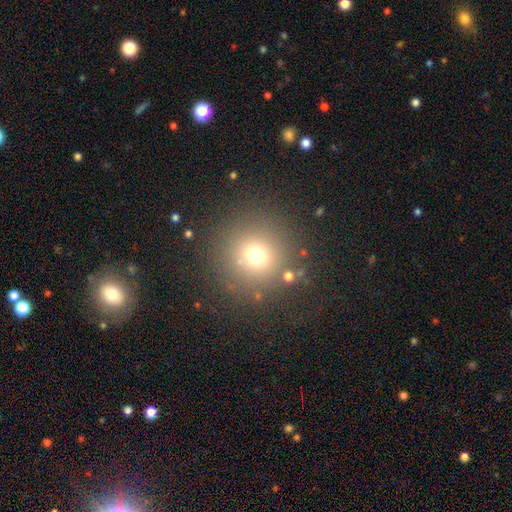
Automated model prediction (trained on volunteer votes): Morphology: type=smooth (69%); roundness=round (95%); merging=none (84%).